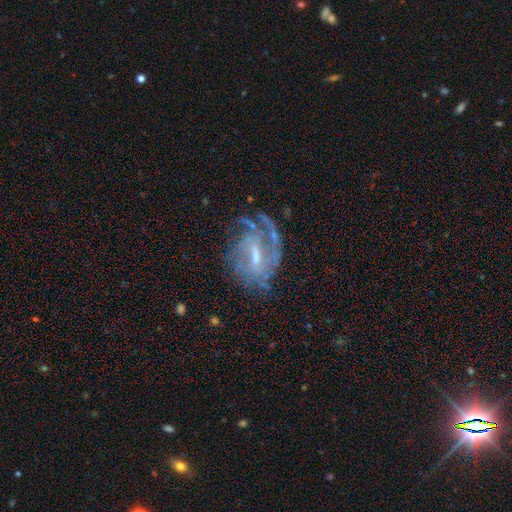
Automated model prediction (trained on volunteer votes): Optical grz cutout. It shows a featured or disk galaxy (82%) with a weak bar (54%), tight (44%) spiral arms (89%) and a small central bulge (43%). Merging: none (51%).